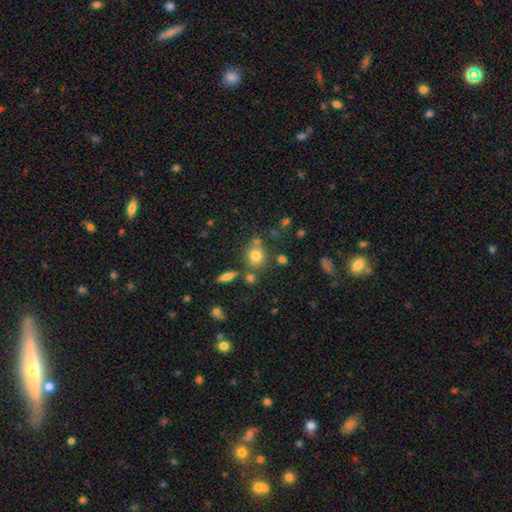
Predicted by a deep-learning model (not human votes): Q: Smooth or featured?
A: smooth (76%); runner-up: star or artifact (13%)
Q: How rounded?
A: round (64%); runner-up: in between (34%)
Q: Merging?
A: none (67%); runner-up: merger (15%)